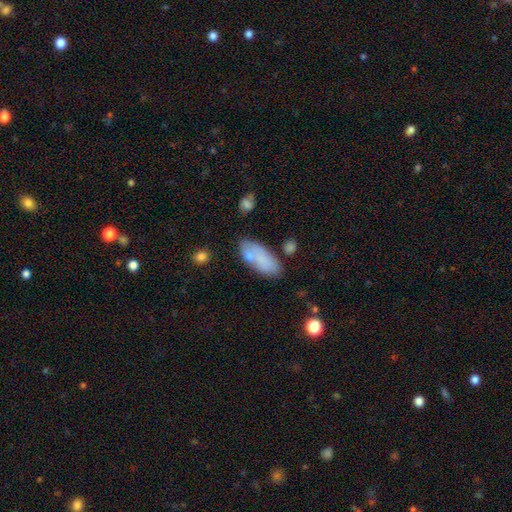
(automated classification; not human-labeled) A smooth galaxy with no disk features (71%) that is in between round and cigar-shaped (81%). Merging: none (63%).